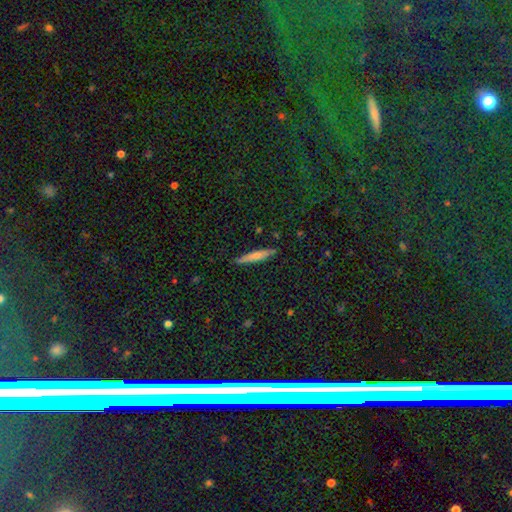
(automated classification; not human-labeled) A smooth galaxy with no disk features (66%) that is cigar-shaped (92%). Merging: none (88%).